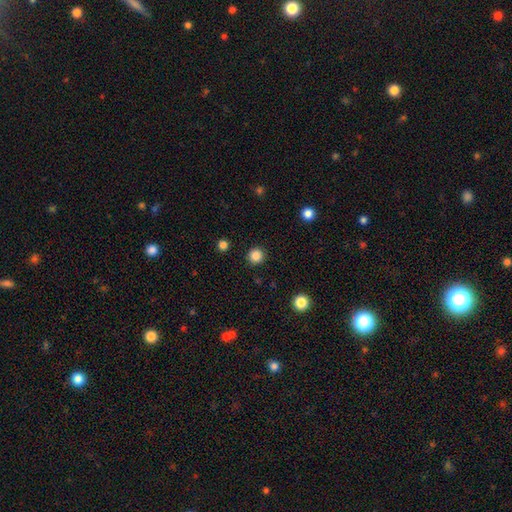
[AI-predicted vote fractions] This is clearly a smooth galaxy (85%). How rounded: clearly round (95%). Merging: clearly none (92%).